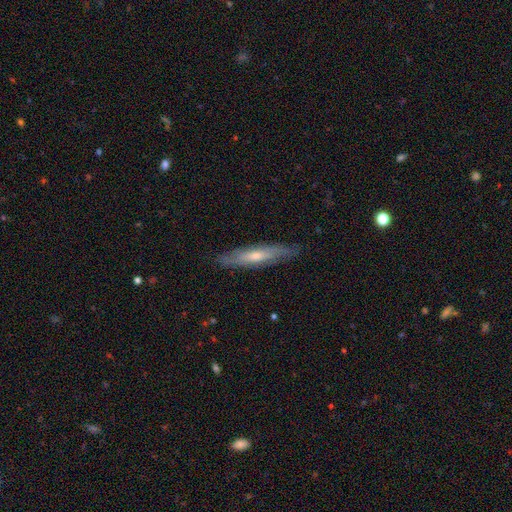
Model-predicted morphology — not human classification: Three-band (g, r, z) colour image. It shows a featured or disk galaxy (52%) viewed edge-on (75%). Merging: none (84%).